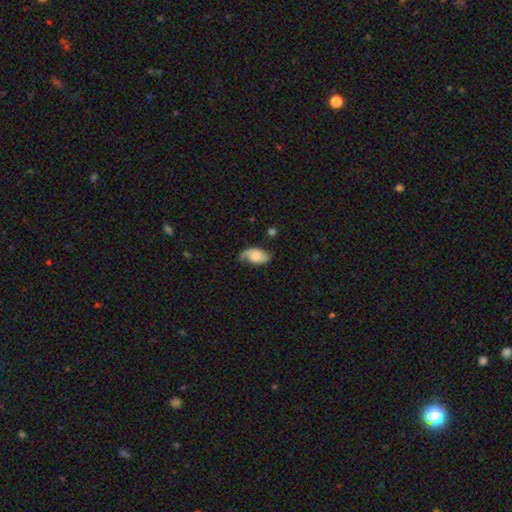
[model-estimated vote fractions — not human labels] This is possibly a smooth galaxy (54%). How rounded: clearly in between (92%). Merging: marginally none (41%).